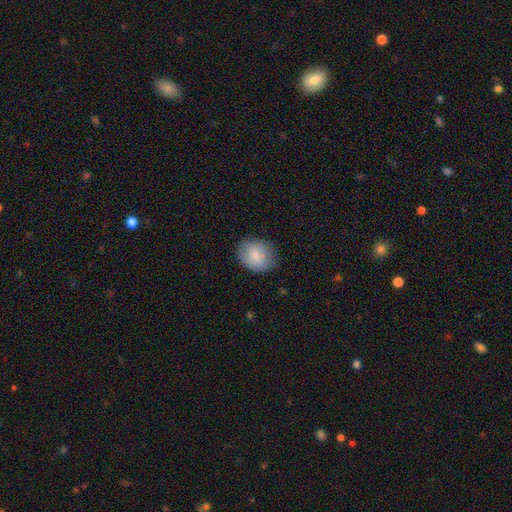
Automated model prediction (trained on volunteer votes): Q: Smooth or featured?
A: smooth (78%); runner-up: featured or disk (16%)
Q: How rounded?
A: round (54%); runner-up: in between (45%)
Q: Merging?
A: none (77%); runner-up: minor disturbance (18%)